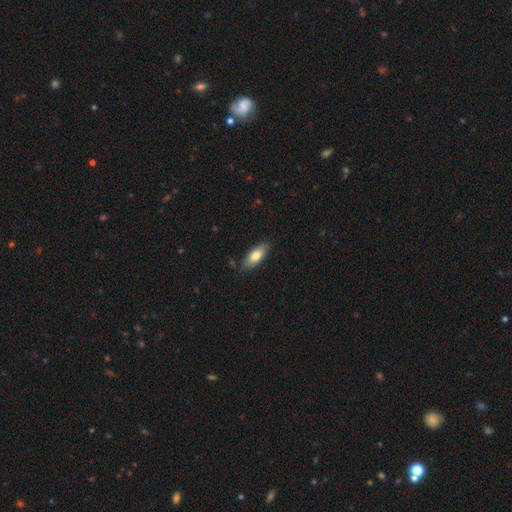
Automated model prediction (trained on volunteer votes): This appears to be a smooth galaxy with no disk features (75%) that is in between round and cigar-shaped (78%). Merging: none (82%).